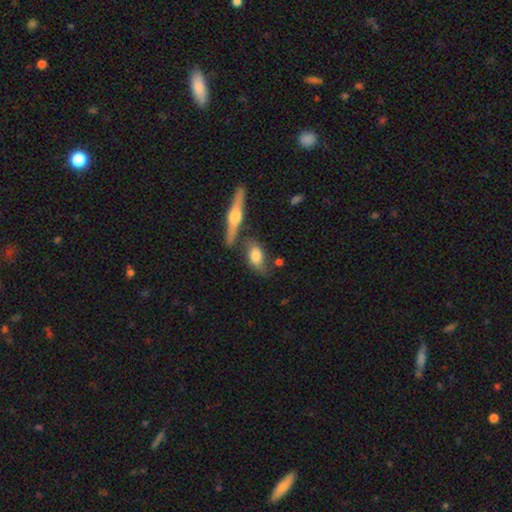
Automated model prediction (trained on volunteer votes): This is likely a smooth galaxy (60%). How rounded: clearly in between (81%). Merging: likely none (62%).